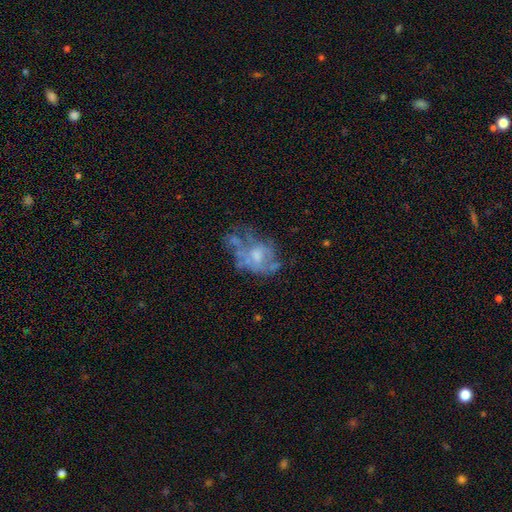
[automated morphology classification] Smooth or featured? featured or disk (60%)
Edge-on disk? no (97%)
Bar? no (84%)
Spiral arms? no (77%)
Bulge size? moderate (49%)
Merging? none (35%)